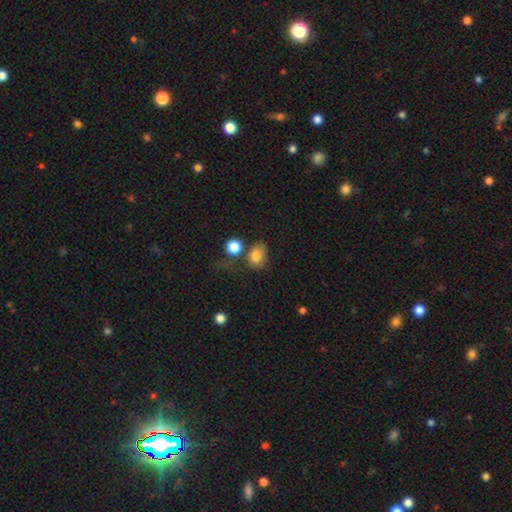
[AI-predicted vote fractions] This is clearly a smooth galaxy (80%). How rounded: possibly in between (52%). Merging: possibly none (46%).